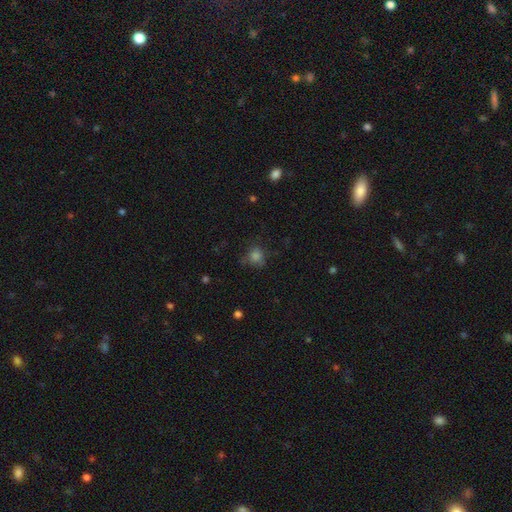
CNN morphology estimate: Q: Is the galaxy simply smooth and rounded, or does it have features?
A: smooth — 76%.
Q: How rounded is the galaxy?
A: round — 80%.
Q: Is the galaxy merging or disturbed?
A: none — 64%.